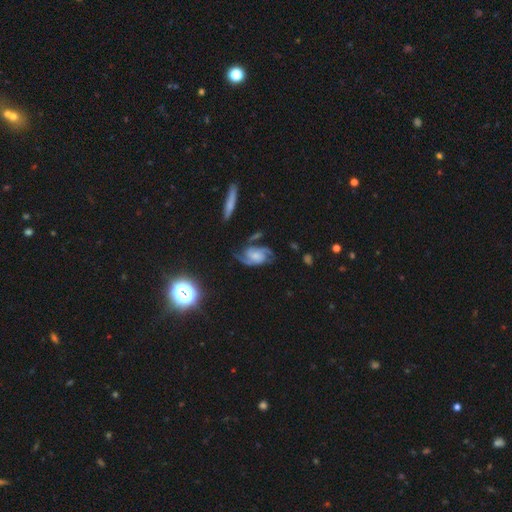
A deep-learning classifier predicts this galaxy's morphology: This appears to be a featured or disk galaxy (86%) with no bar (58%), 2 (76%) medium (53%) spiral arms (97%) and a small central bulge (32%). Merging: none (65%).